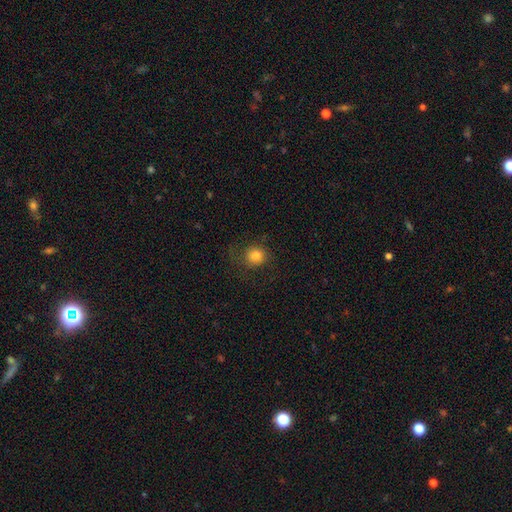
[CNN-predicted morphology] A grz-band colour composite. It shows a smooth galaxy with no disk features (81%) that is round (89%). Merging: none (76%).